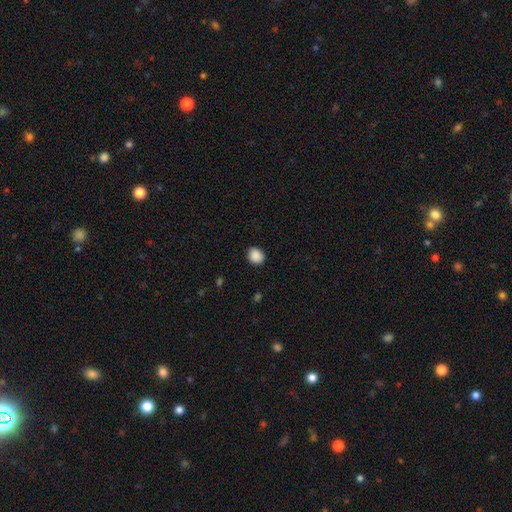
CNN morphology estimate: This appears to be a smooth galaxy with no disk features (89%) that is round (69%). Merging: none (90%).